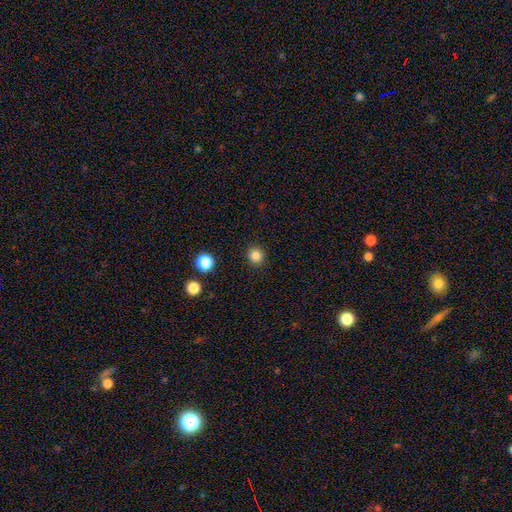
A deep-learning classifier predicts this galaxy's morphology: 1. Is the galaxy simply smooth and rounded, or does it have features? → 84% smooth, 12% star or artifact, 4% featured or disk.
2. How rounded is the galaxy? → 93% round, 6% in between, 1% cigar-shaped.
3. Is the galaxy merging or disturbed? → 92% none, 5% minor disturbance, 2% major disturbance, 1% merger.